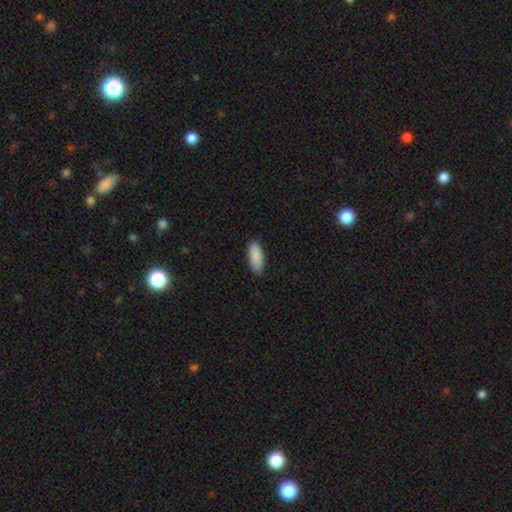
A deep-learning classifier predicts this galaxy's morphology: Smooth or featured? Predicted: smooth (p=0.89). How rounded? Predicted: in between (p=0.81). Merging? Predicted: none (p=0.87).